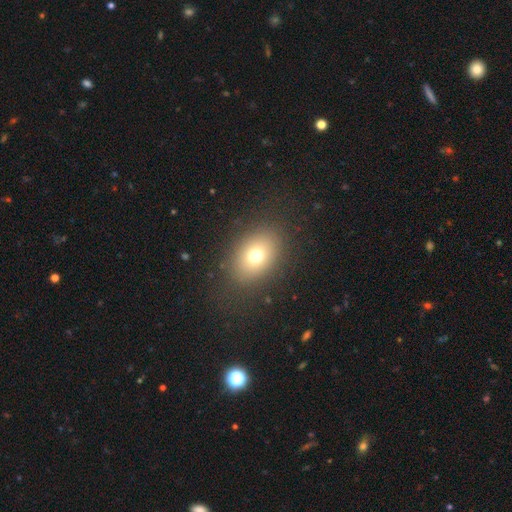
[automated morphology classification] A smooth galaxy with no disk features (72%) that is in between round and cigar-shaped (67%). Merging: none (85%).